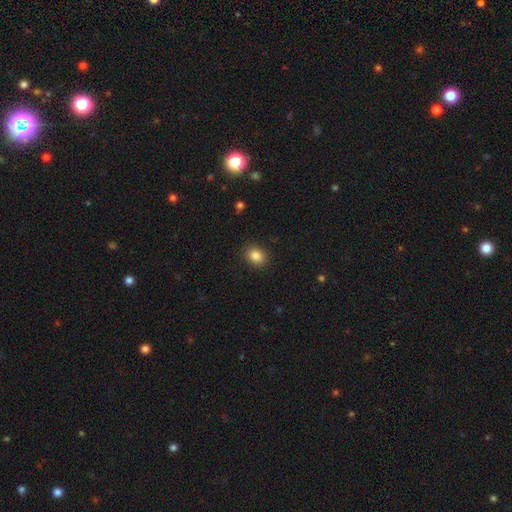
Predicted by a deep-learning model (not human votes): smooth_or_featured: smooth (p=0.85) [alt: star or artifact p=0.10]
how_rounded: round (p=0.55) [alt: in between p=0.44]
merging: none (p=0.87) [alt: minor disturbance p=0.09]